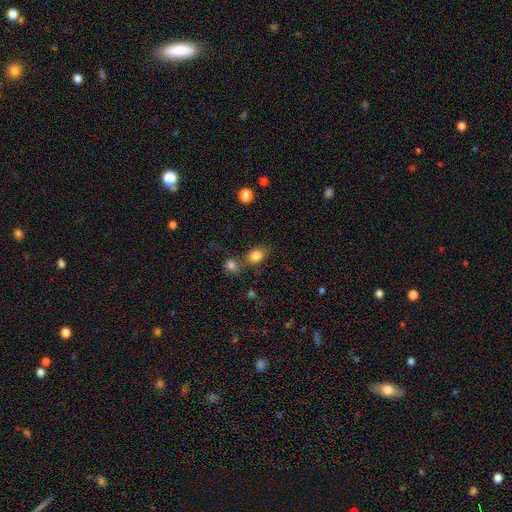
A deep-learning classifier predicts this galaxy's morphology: Smooth or featured? Predicted: smooth (p=0.83). How rounded? Predicted: in between (p=0.76). Merging? Predicted: none (p=0.58).